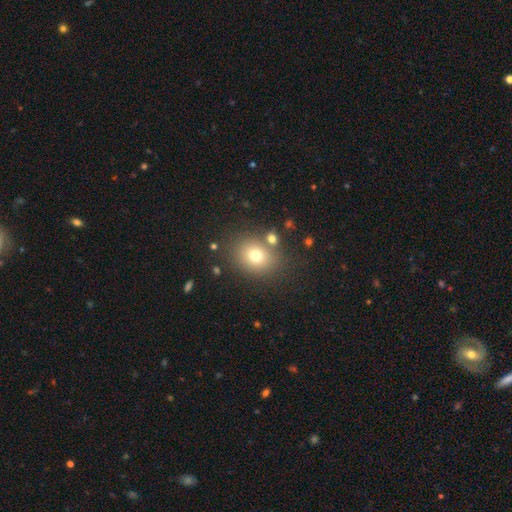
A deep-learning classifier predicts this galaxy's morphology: smooth_or_featured: smooth (p=0.72) [alt: star or artifact p=0.15]
how_rounded: round (p=0.60) [alt: in between p=0.39]
merging: none (p=0.76) [alt: minor disturbance p=0.10]